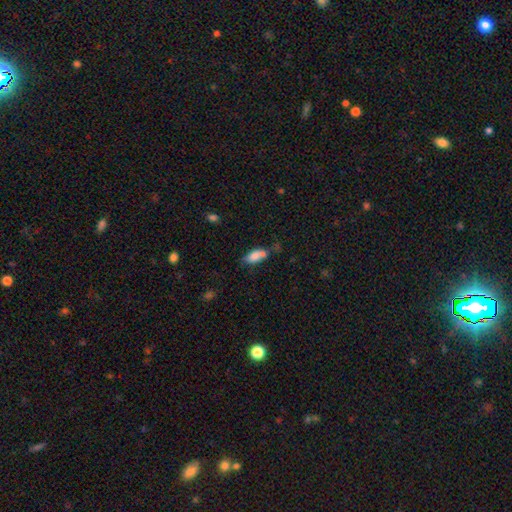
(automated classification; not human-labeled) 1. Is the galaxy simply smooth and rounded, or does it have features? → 75% smooth, 15% featured or disk, 9% star or artifact.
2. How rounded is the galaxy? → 81% in between, 15% cigar-shaped, 4% round.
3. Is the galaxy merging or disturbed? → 39% none, 30% merger, 22% minor disturbance, 9% major disturbance.